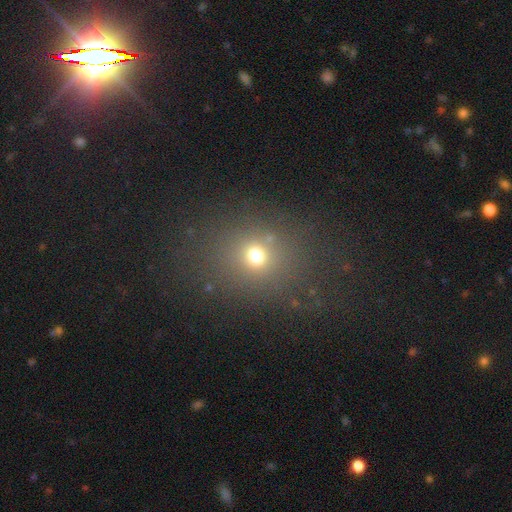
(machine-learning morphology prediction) smooth 68%, star or artifact 23%, featured or disk 9%. Down the decision tree: how rounded — round (73%); merging — none (78%).